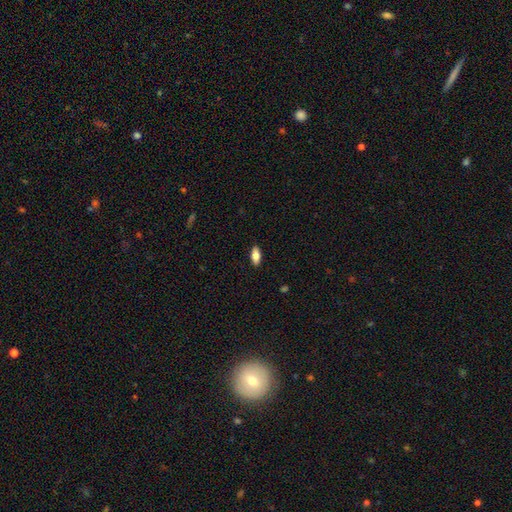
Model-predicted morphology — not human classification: This is likely a smooth galaxy (76%). How rounded: clearly in between (86%). Merging: clearly none (89%).